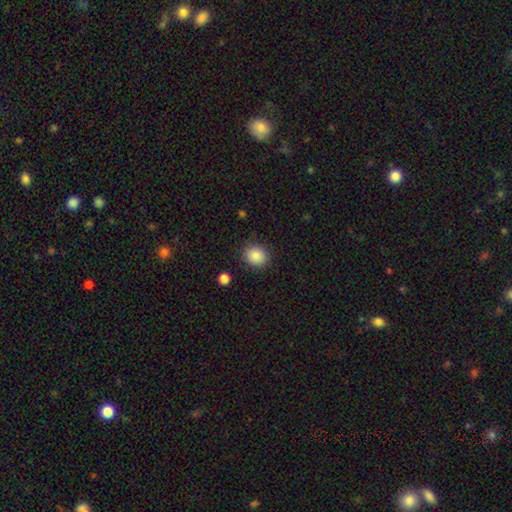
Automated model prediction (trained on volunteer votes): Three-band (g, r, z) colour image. It shows a smooth galaxy with no disk features (85%) that is round (75%). Merging: none (86%).